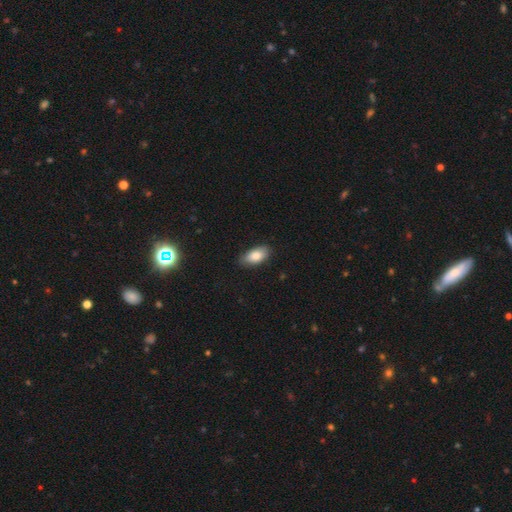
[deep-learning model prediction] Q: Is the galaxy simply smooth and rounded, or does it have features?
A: smooth — 83%.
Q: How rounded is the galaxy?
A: in between — 92%.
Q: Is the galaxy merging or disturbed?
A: none — 83%.